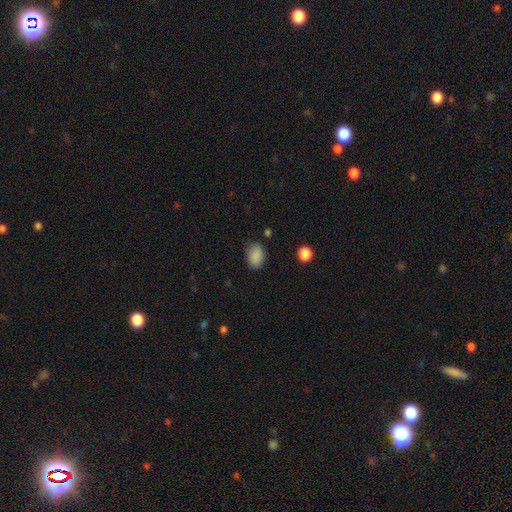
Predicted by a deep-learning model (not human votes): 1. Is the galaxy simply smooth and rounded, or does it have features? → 87% smooth, 9% star or artifact, 4% featured or disk.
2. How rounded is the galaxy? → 79% in between, 20% round, 1% cigar-shaped.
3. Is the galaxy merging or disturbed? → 76% none, 18% minor disturbance, 4% major disturbance, 2% merger.